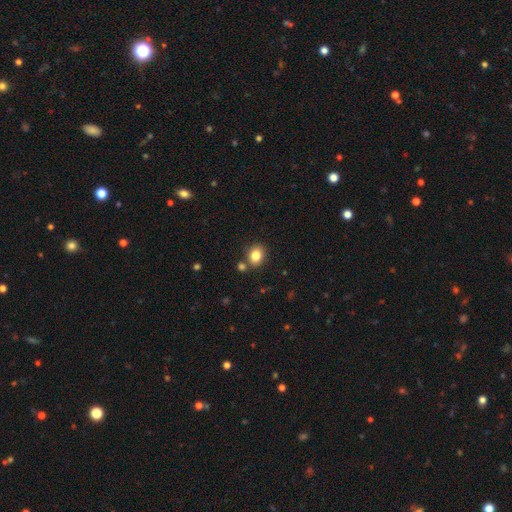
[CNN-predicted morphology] Smooth or featured? Predicted: smooth (p=0.84). How rounded? Predicted: in between (p=0.51). Merging? Predicted: none (p=0.75).